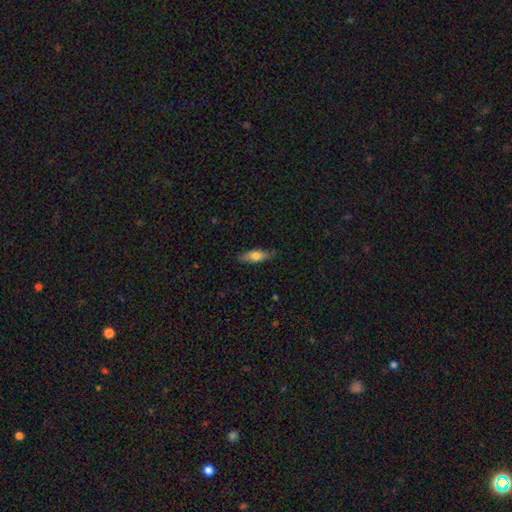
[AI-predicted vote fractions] smooth-or-featured: smooth: 67% | featured or disk: 27% | star or artifact: 6%
  how-rounded: in between: 51% | cigar-shaped: 46% | round: 2%
  merging: none: 83% | minor disturbance: 14% | major disturbance: 2% | merger: 1%